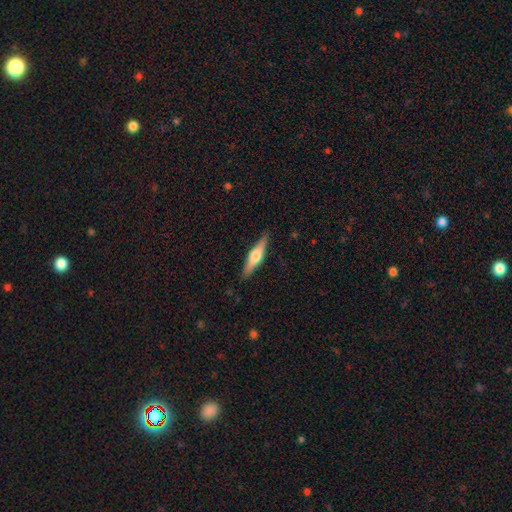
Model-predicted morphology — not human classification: Overall: featured or disk (60%; smooth 35%). Edge-on disk: yes (96%). Edge-on bulge: rounded (91%). Merging: none (89%).